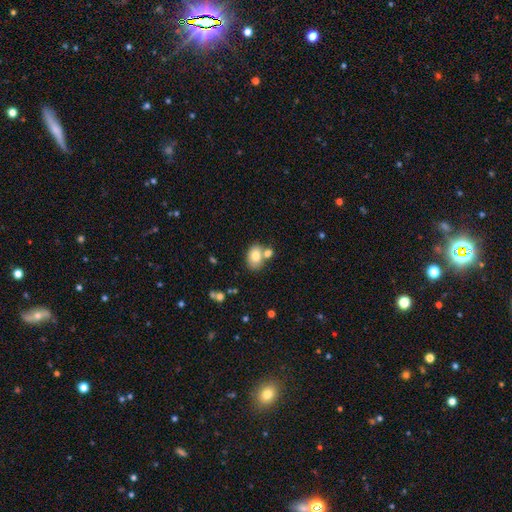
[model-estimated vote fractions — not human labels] Q: Smooth or featured?
A: smooth (79%); runner-up: featured or disk (13%)
Q: How rounded?
A: in between (80%); runner-up: round (19%)
Q: Merging?
A: none (55%); runner-up: merger (27%)